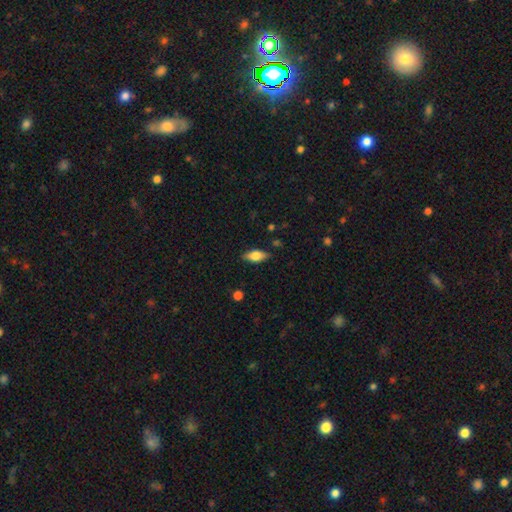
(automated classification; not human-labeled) smooth 63%, featured or disk 30%, star or artifact 7%. Down the decision tree: how rounded — in between (80%); merging — none (85%).